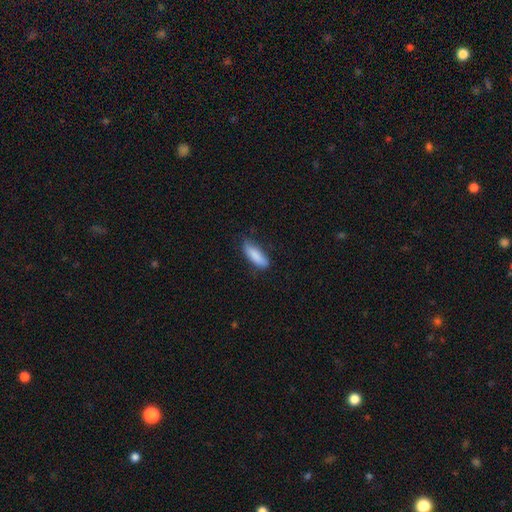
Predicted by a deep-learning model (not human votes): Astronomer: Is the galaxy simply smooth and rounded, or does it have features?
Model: smooth — 86%.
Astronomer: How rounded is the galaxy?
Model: in between — 60% (runner-up: cigar-shaped, 39%).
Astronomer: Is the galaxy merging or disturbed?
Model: none — 72%.